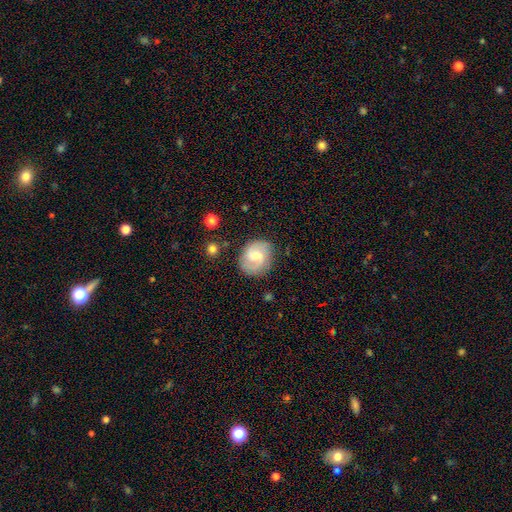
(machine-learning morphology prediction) type=featured or disk (65%); edge-on=no (98%); bar=weak (61%); spiral arms=yes (91%); winding=medium (50%); arm count=2 (84%); bulge=moderate (47%); merging=none (77%).